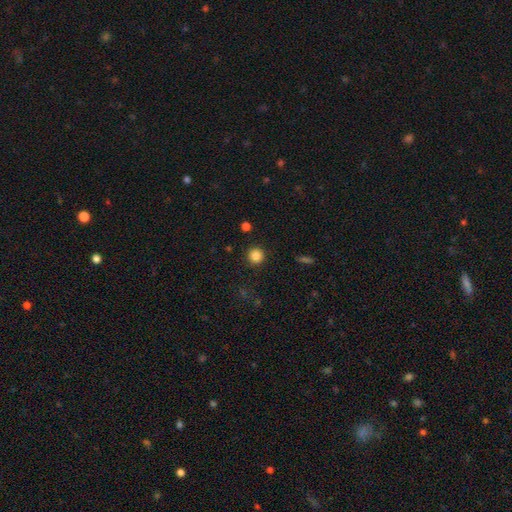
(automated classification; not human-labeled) smooth_or_featured: smooth (p=0.85) [alt: star or artifact p=0.11]
how_rounded: round (p=0.95) [alt: in between p=0.04]
merging: none (p=0.91) [alt: minor disturbance p=0.05]